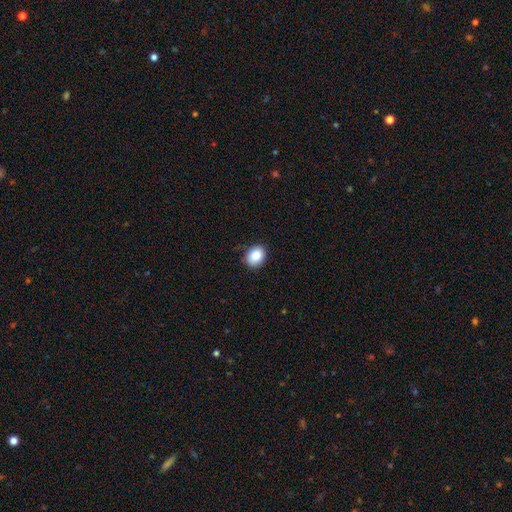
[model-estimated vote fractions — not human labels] smooth 83%, star or artifact 10%, featured or disk 7%. Down the decision tree: how rounded — round (63%); merging — none (86%).